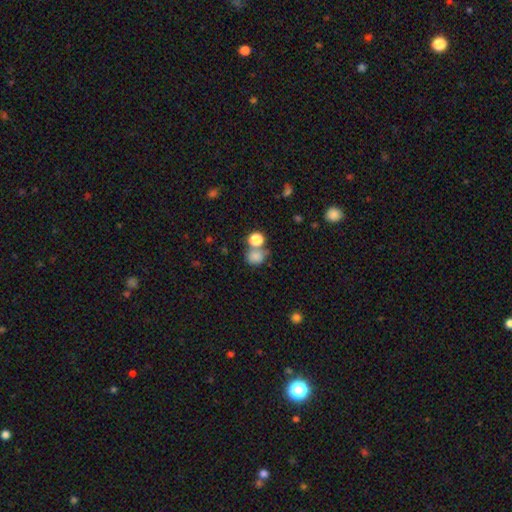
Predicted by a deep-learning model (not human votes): smooth-or-featured: smooth: 79% | star or artifact: 13% | featured or disk: 7%
  how-rounded: round: 75% | in between: 24% | cigar-shaped: 1%
  merging: none: 50% | merger: 32% | minor disturbance: 12% | major disturbance: 6%